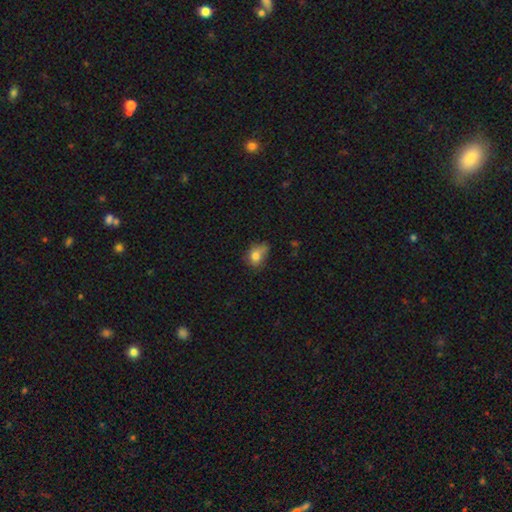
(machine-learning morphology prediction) smooth_or_featured: smooth (p=0.77) [alt: featured or disk p=0.12]
how_rounded: in between (p=0.60) [alt: round p=0.39]
merging: none (p=0.41) [alt: minor disturbance p=0.40]